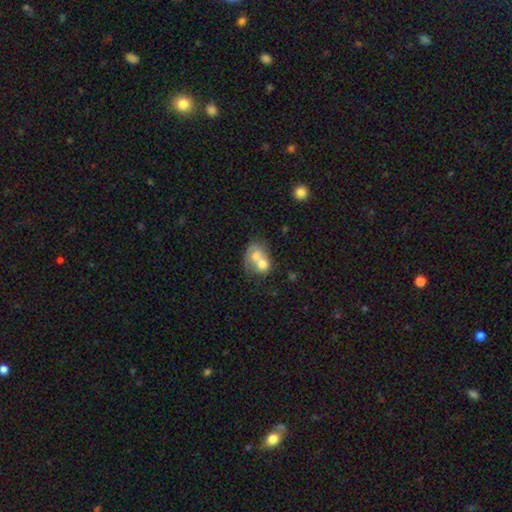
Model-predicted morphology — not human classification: This appears to be a smooth galaxy with no disk features (60%) that is in between round and cigar-shaped (53%). Merging: merger (73%).